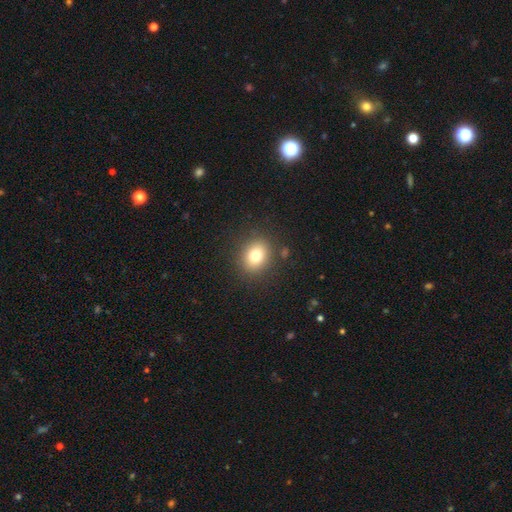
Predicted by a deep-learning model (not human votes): smooth_or_featured: smooth (p=0.78) [alt: star or artifact p=0.12]
how_rounded: round (p=0.62) [alt: in between p=0.37]
merging: none (p=0.86) [alt: minor disturbance p=0.08]